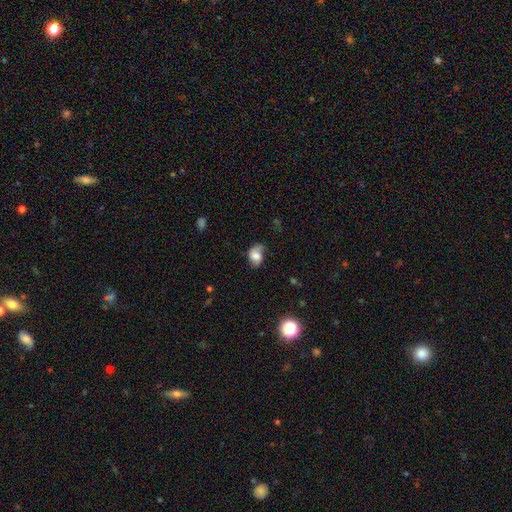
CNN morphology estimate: This is possibly a smooth galaxy (55%). How rounded: likely in between (68%). Merging: possibly none (47%).